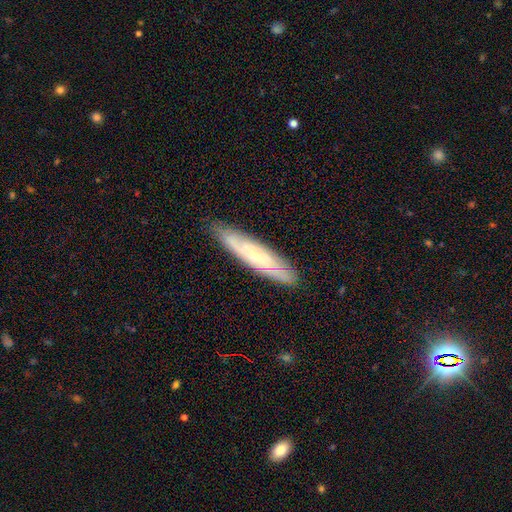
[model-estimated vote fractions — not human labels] featured or disk 61%, smooth 32%, star or artifact 7%. Down the decision tree: edge-on disk — no (54%); merging — none (83%).